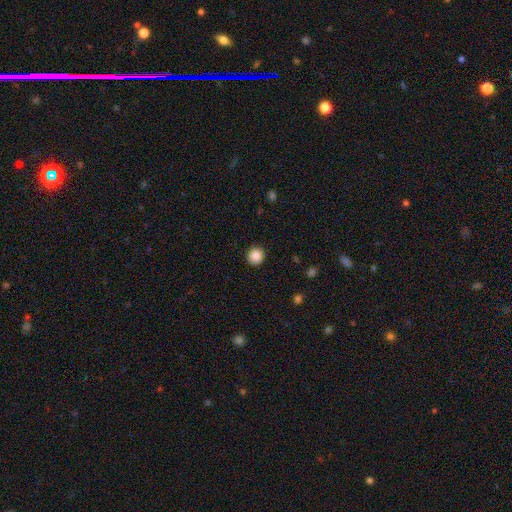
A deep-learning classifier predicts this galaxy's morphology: smooth-or-featured: smooth: 87% | star or artifact: 9% | featured or disk: 4%
  how-rounded: round: 93% | in between: 6% | cigar-shaped: 1%
  merging: none: 92% | minor disturbance: 6% | major disturbance: 2% | merger: 1%